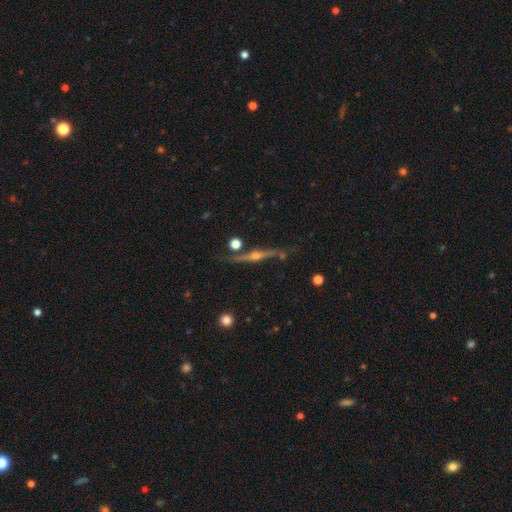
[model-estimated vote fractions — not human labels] The model was most divided on "merging": none: 77%, minor disturbance: 14%, merger: 6%, major disturbance: 4%. More confident: edge-on disk — yes (96%); edge-on bulge — rounded (93%); smooth or featured — featured or disk (82%).